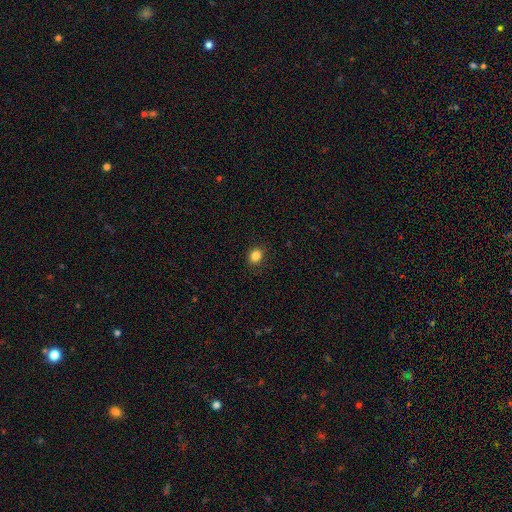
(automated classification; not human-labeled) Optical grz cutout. It shows a smooth galaxy with no disk features (85%) that is round (55%). Merging: none (88%).